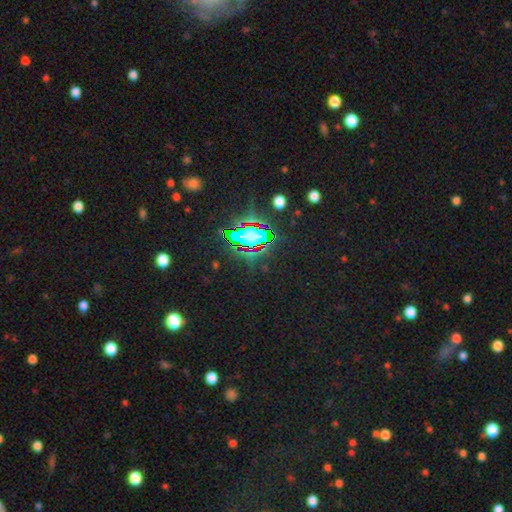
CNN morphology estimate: star or artifact 82%, smooth 10%, featured or disk 7%.